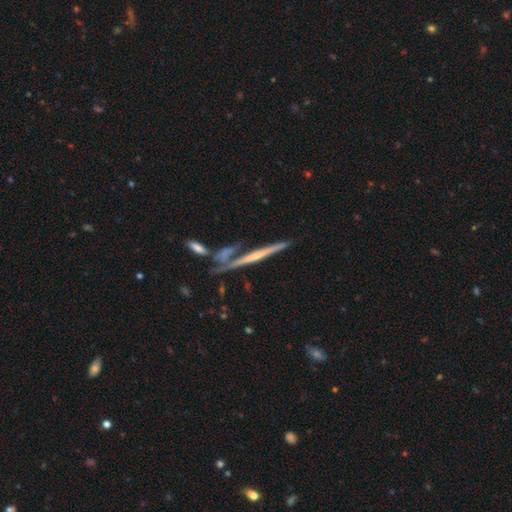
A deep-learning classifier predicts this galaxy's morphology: A featured or disk galaxy (68%) viewed edge-on (91%) with a rounded central bulge (50%). Merging: none (66%).